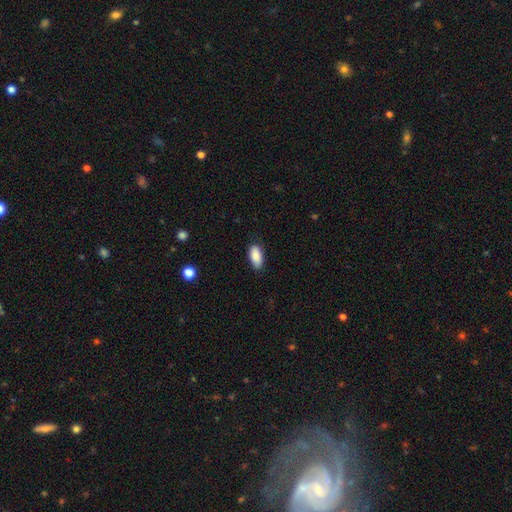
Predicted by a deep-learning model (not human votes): smooth 89%, star or artifact 7%, featured or disk 4%. Down the decision tree: how rounded — in between (91%); merging — none (82%).